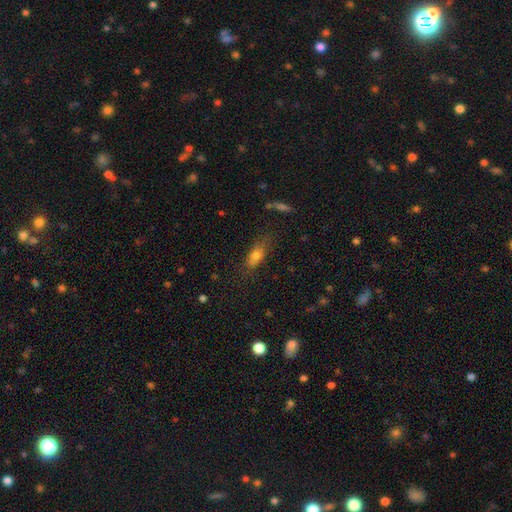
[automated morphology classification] smooth-or-featured: smooth: 73% | featured or disk: 16% | star or artifact: 11%
  how-rounded: in between: 64% | cigar-shaped: 30% | round: 5%
  merging: none: 69% | minor disturbance: 21% | major disturbance: 8% | merger: 3%